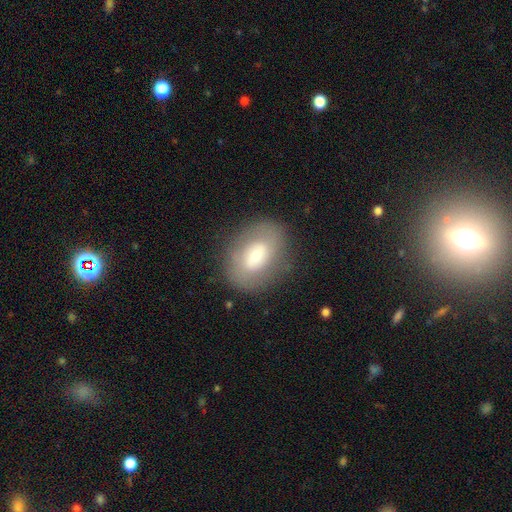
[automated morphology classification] smooth-or-featured: smooth: 56% | featured or disk: 35% | star or artifact: 8%
  how-rounded: in between: 76% | round: 22% | cigar-shaped: 1%
  merging: none: 77% | minor disturbance: 15% | major disturbance: 7% | merger: 1%